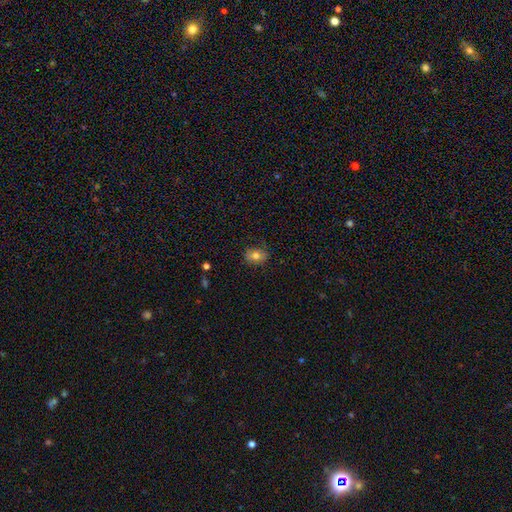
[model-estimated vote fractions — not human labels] Smooth or featured? Predicted: smooth (p=0.74). How rounded? Predicted: in between (p=0.63). Merging? Predicted: none (p=0.79).